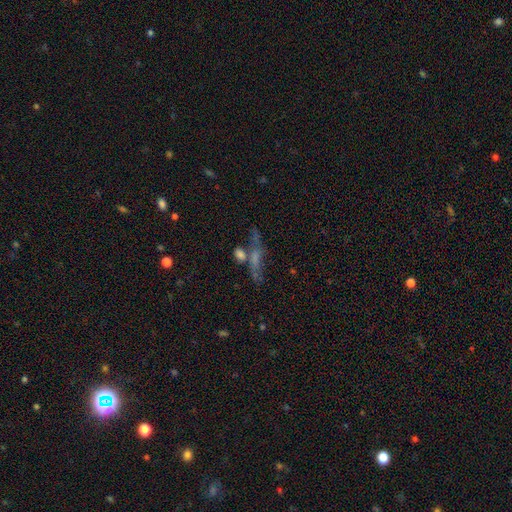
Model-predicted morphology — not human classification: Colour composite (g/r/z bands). It shows a featured or disk galaxy (46%). Merging: none (52%).